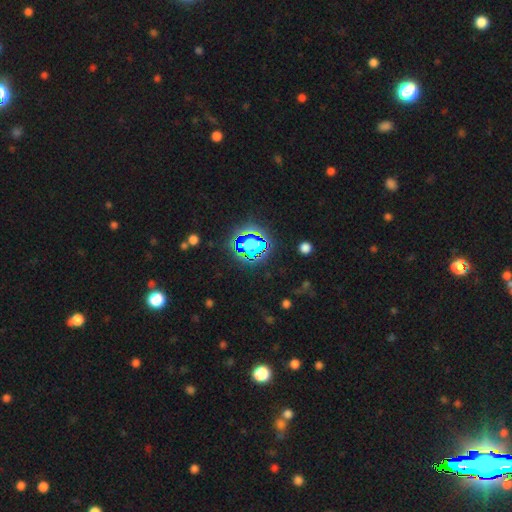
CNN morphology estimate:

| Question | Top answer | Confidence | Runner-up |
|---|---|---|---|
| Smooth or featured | star or artifact | 80% | smooth (13%) |